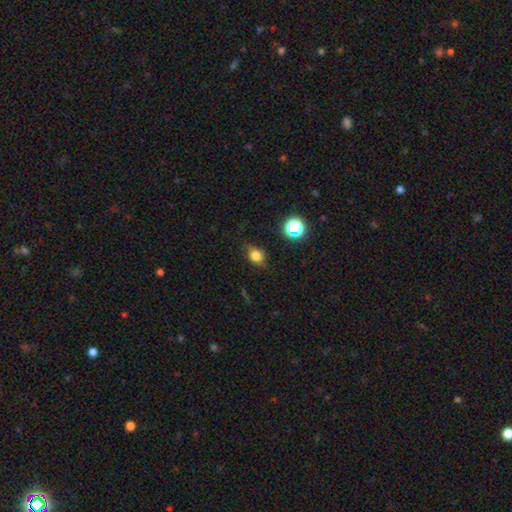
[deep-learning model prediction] Smooth or featured? smooth (76%)
How rounded? in between (52%)
Merging? none (73%)